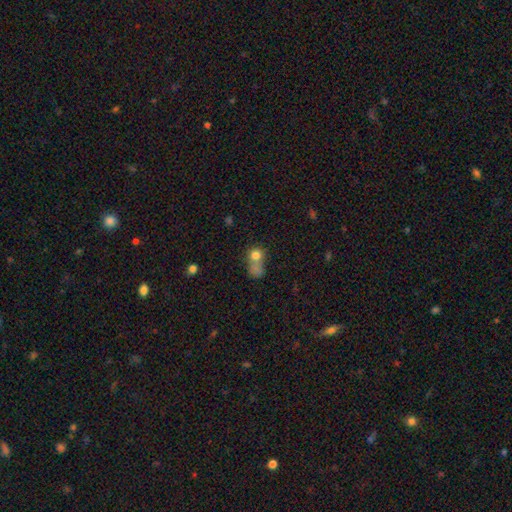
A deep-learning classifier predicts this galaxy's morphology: smooth 76%, star or artifact 12%, featured or disk 12%. Down the decision tree: how rounded — round (76%); merging — merger (52%).